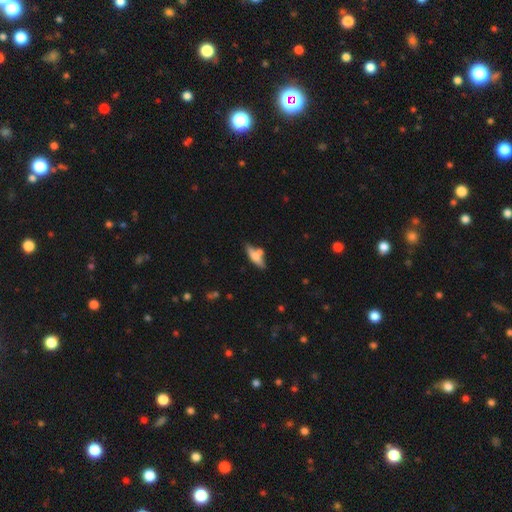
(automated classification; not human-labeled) A smooth galaxy with no disk features (57%) that is cigar-shaped (62%).

Vote fractions:
- Smooth or featured? smooth: 57% / featured or disk: 36% / star or artifact: 7%
- How rounded? cigar-shaped: 62% / in between: 36% / round: 3%
- Merging? none: 62% / merger: 17% / minor disturbance: 16% / major disturbance: 4%